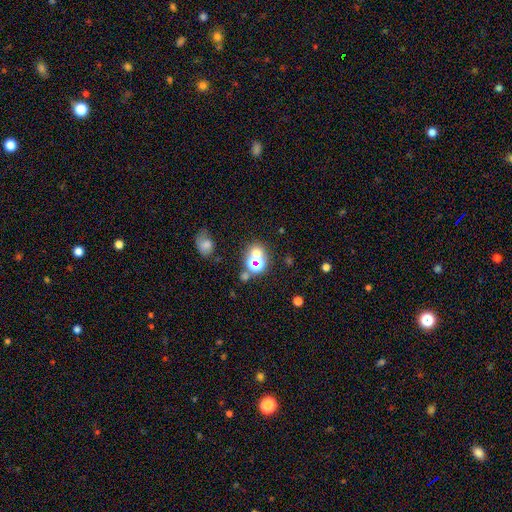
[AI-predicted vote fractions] A star or artifact, not a galaxy (52%).

Vote fractions:
- Smooth or featured? star or artifact: 52% / smooth: 37% / featured or disk: 10%